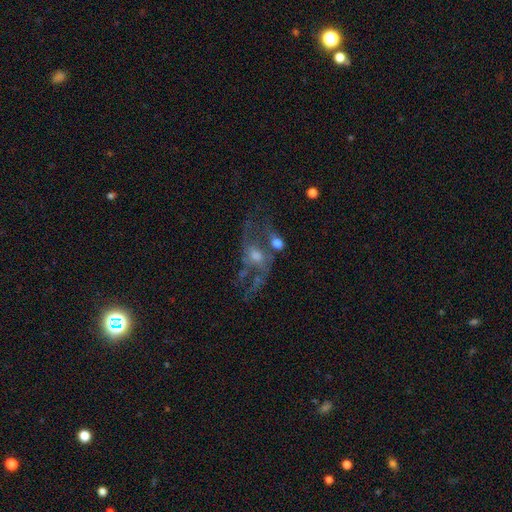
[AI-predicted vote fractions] Smooth or featured?
  - featured or disk: 71% *
  - smooth: 16%
  - star or artifact: 14%
Edge-on disk?
  - no: 95% *
  - yes: 5%
Bar?
  - no: 62% *
  - weak: 31%
  - strong: 7%
Spiral arms?
  - yes: 67% *
  - no: 33%
Bulge size?
  - moderate: 50% *
  - small: 35%
  - none: 7%
  - large: 6%
  - dominant: 2%
Merging?
  - none: 37% *
  - major disturbance: 26%
  - merger: 22%
  - minor disturbance: 15%